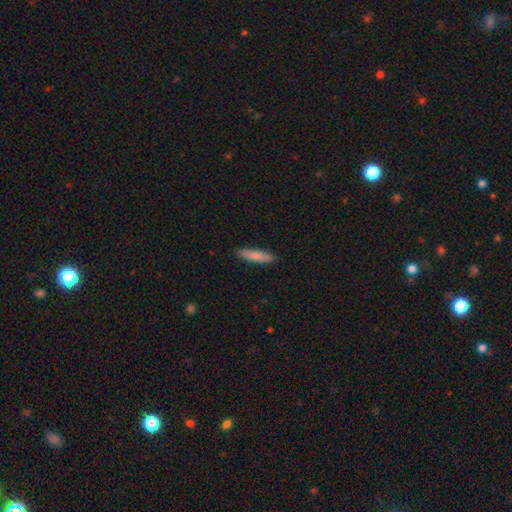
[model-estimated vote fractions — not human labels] smooth-or-featured: smooth: 82% | featured or disk: 13% | star or artifact: 6%
  how-rounded: cigar-shaped: 85% | in between: 14% | round: 1%
  merging: none: 89% | minor disturbance: 8% | major disturbance: 2% | merger: 1%